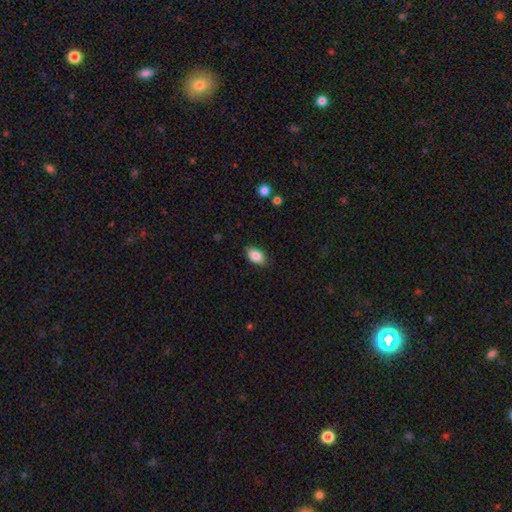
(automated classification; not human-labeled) Smooth or featured? smooth (86%)
How rounded? in between (90%)
Merging? none (85%)